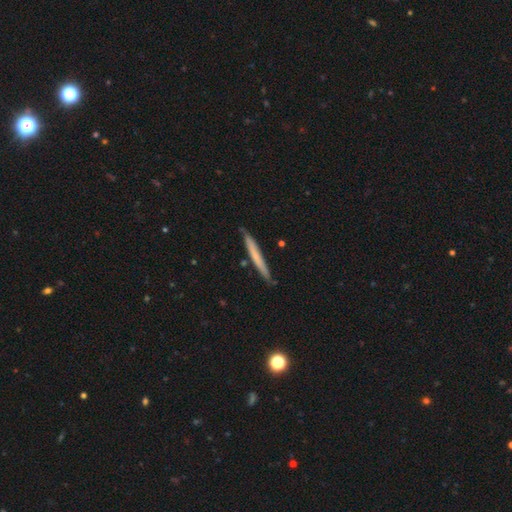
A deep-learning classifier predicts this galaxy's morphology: Smooth or featured?
  - smooth: 59% *
  - featured or disk: 35%
  - star or artifact: 6%
How rounded?
  - cigar-shaped: 97% *
  - in between: 2%
  - round: 1%
Merging?
  - none: 86% *
  - minor disturbance: 11%
  - merger: 2%
  - major disturbance: 2%